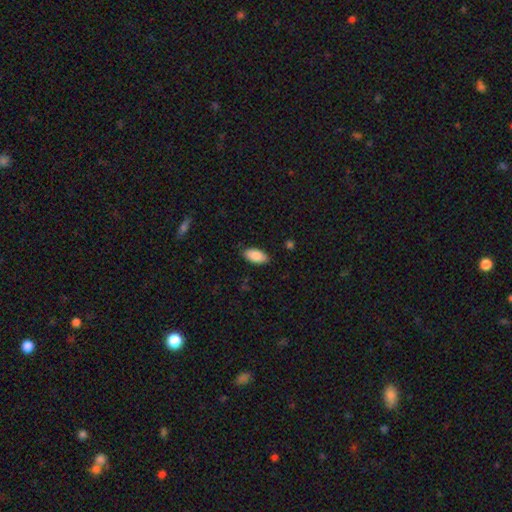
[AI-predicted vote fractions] Smooth or featured? Predicted: smooth (p=0.88). How rounded? Predicted: in between (p=0.93). Merging? Predicted: none (p=0.86).